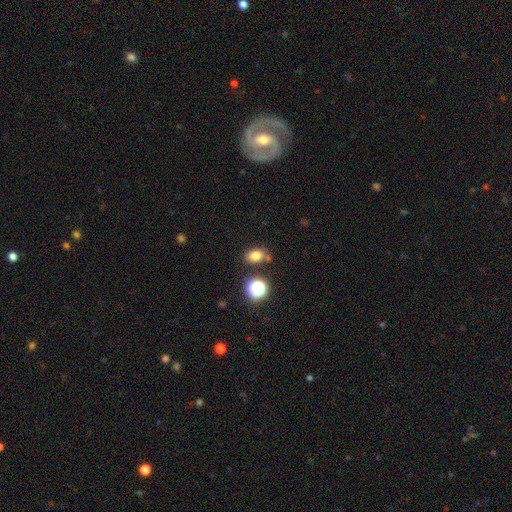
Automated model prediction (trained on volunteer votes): smooth 77%, star or artifact 15%, featured or disk 8%. Down the decision tree: how rounded — in between (72%); merging — none (74%).